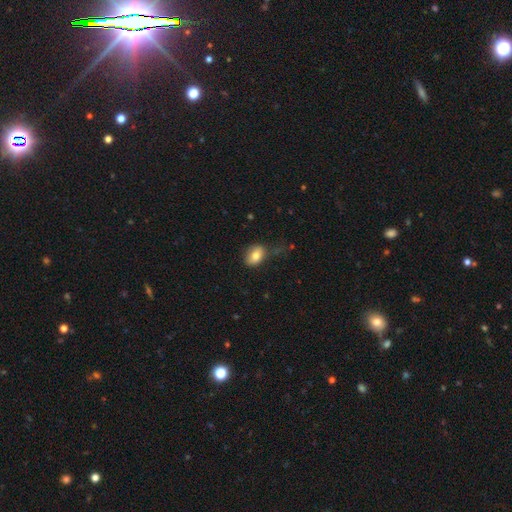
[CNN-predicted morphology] A smooth galaxy with no disk features (80%) that is in between round and cigar-shaped (82%).

Vote fractions:
- Smooth or featured? smooth: 80% / featured or disk: 12% / star or artifact: 8%
- How rounded? in between: 82% / round: 17% / cigar-shaped: 2%
- Merging? none: 63% / minor disturbance: 25% / major disturbance: 10% / merger: 2%